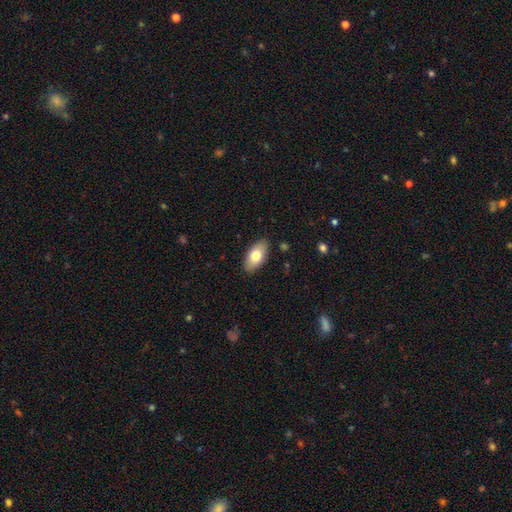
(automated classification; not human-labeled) This appears to be a smooth galaxy with no disk features (74%) that is in between round and cigar-shaped (93%). Merging: none (87%).